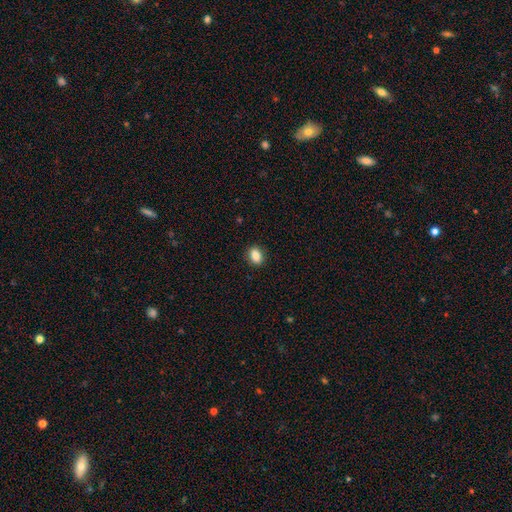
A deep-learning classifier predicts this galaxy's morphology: The model was most divided on "how rounded": in between: 70%, round: 29%, cigar-shaped: 2%. More confident: merging — none (89%); smooth or featured — smooth (86%).